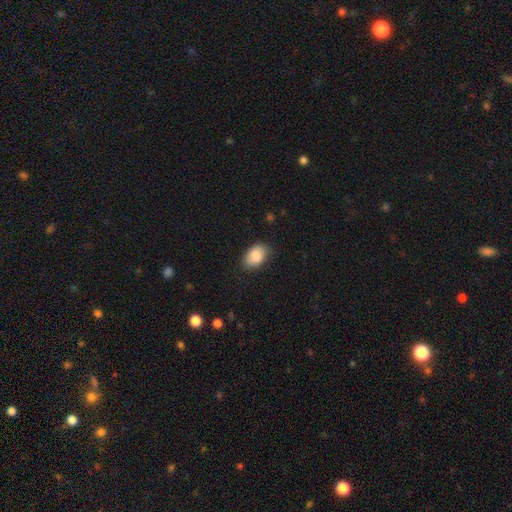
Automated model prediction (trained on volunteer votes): Q: Smooth or featured?
A: smooth (86%); runner-up: featured or disk (7%)
Q: How rounded?
A: in between (87%); runner-up: round (12%)
Q: Merging?
A: none (81%); runner-up: minor disturbance (15%)